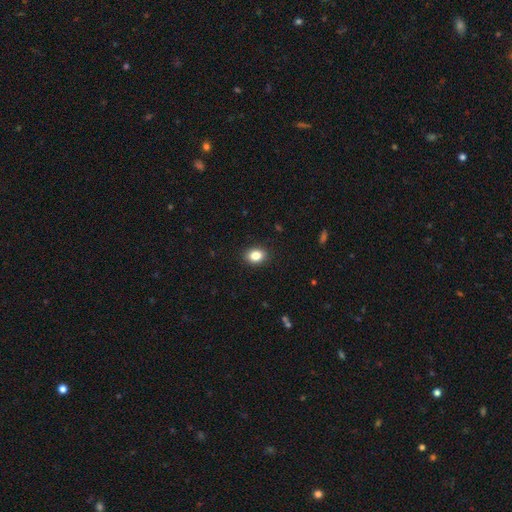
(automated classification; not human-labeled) Smooth or featured? smooth (85%)
How rounded? in between (65%)
Merging? none (90%)